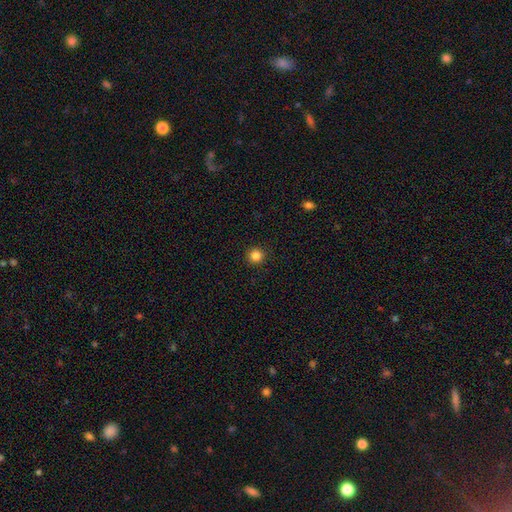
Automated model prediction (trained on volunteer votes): A smooth galaxy with no disk features (85%) that is round (95%).

Vote fractions:
- Smooth or featured? smooth: 85% / star or artifact: 12% / featured or disk: 4%
- How rounded? round: 95% / in between: 4% / cigar-shaped: 1%
- Merging? none: 93% / minor disturbance: 5% / major disturbance: 2% / merger: 1%